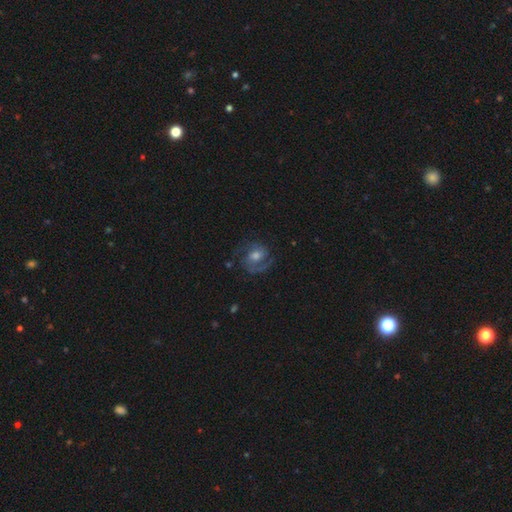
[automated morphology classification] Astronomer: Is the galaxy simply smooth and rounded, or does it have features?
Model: featured or disk — 77%.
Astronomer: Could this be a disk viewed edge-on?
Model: no — 97%.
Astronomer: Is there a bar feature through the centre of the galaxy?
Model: no — 51% (runner-up: weak, 40%).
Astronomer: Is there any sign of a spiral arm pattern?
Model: yes — 93%.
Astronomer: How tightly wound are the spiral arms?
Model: medium — 49% (runner-up: tight, 34%).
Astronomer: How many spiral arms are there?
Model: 2 — 72%.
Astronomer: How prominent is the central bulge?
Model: moderate — 55%.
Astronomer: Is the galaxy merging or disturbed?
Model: none — 70%.